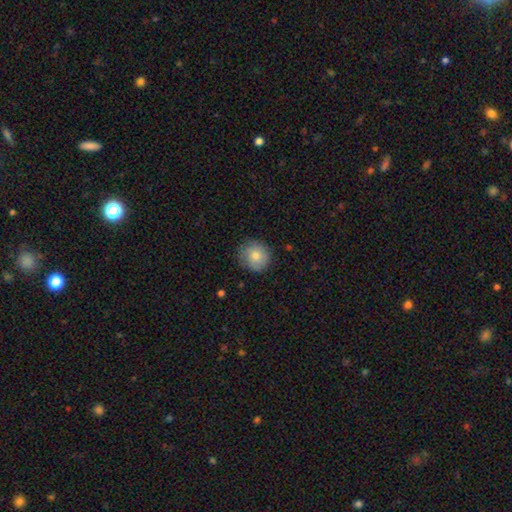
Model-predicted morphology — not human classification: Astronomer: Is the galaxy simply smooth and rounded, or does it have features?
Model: smooth — 76%.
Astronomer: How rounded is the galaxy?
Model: round — 92%.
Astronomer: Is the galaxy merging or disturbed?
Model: none — 80%.